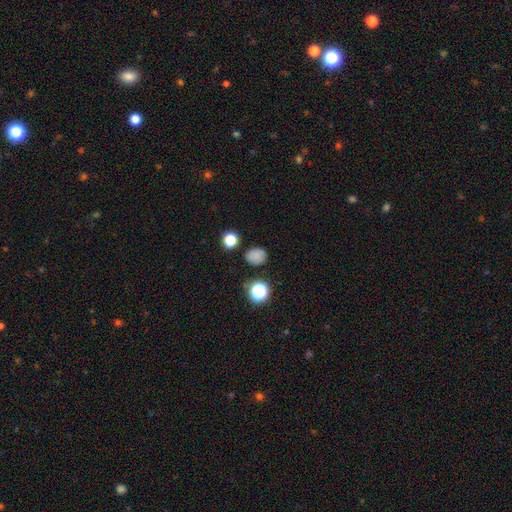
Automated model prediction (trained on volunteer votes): Morphology: type=smooth (76%); roundness=round (64%); merging=none (81%).